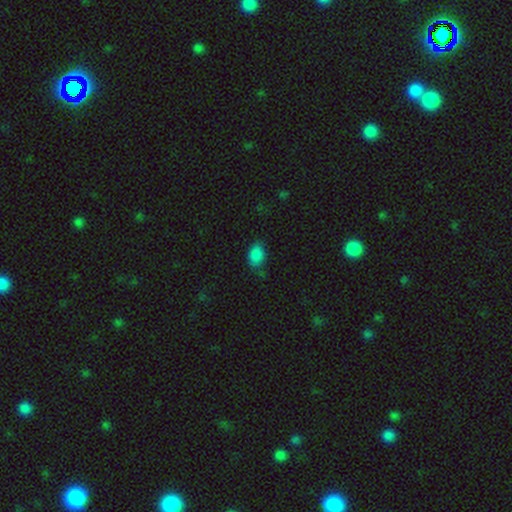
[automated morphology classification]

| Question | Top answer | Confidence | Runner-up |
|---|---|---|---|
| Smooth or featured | smooth | 85% | star or artifact (11%) |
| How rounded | in between | 82% | round (16%) |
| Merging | none | 65% | minor disturbance (27%) |